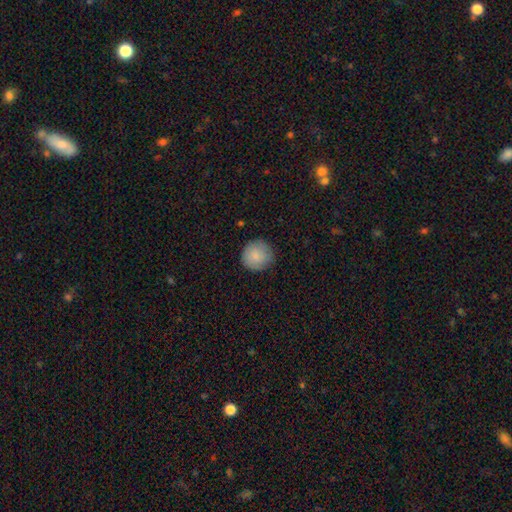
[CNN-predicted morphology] type=smooth (86%); roundness=round (94%); merging=none (86%).